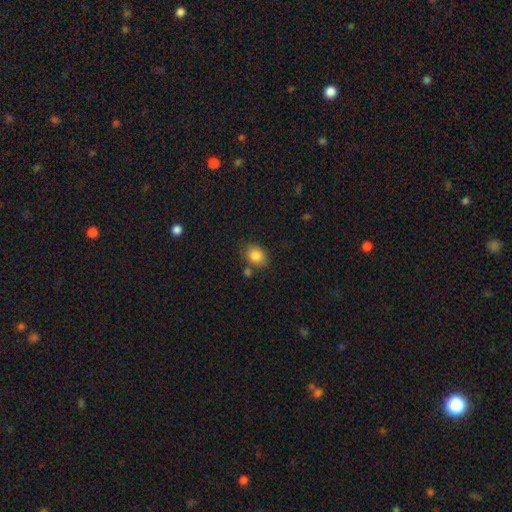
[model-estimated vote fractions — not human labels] smooth-or-featured: smooth: 85% | star or artifact: 9% | featured or disk: 6%
  how-rounded: in between: 52% | round: 47% | cigar-shaped: 1%
  merging: none: 73% | minor disturbance: 14% | merger: 9% | major disturbance: 4%